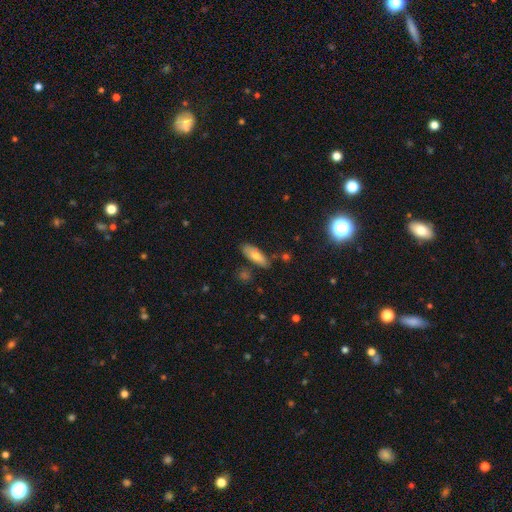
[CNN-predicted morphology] A smooth galaxy with no disk features (71%) that is in between round and cigar-shaped (67%).

Vote fractions:
- Smooth or featured? smooth: 71% / featured or disk: 21% / star or artifact: 8%
- How rounded? in between: 67% / cigar-shaped: 31% / round: 2%
- Merging? none: 76% / minor disturbance: 16% / merger: 4% / major disturbance: 3%